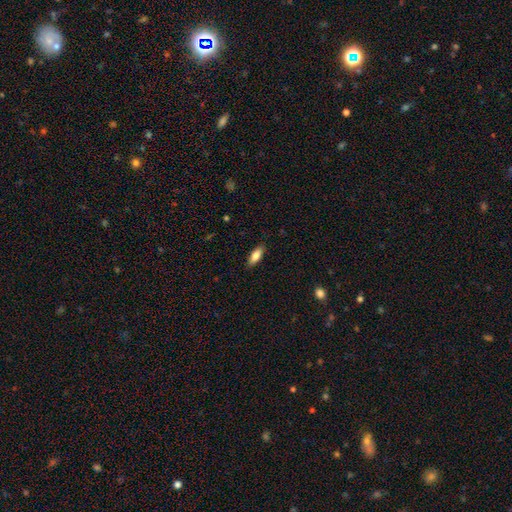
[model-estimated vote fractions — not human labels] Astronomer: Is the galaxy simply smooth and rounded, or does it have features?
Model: smooth — 80%.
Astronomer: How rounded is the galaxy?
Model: in between — 66%.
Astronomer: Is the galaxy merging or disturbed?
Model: none — 87%.